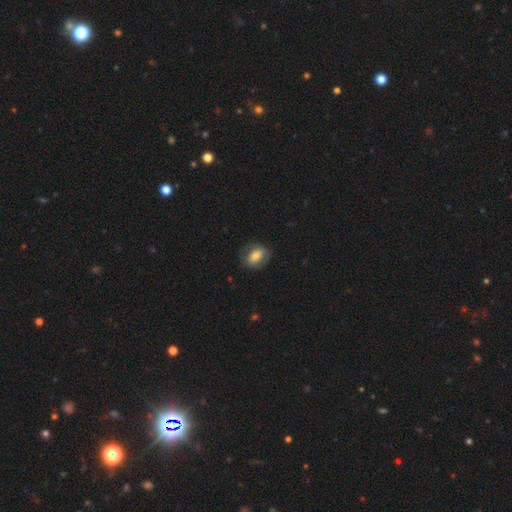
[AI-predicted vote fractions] A smooth galaxy with no disk features (66%) that is in between round and cigar-shaped (73%). Merging: none (75%).